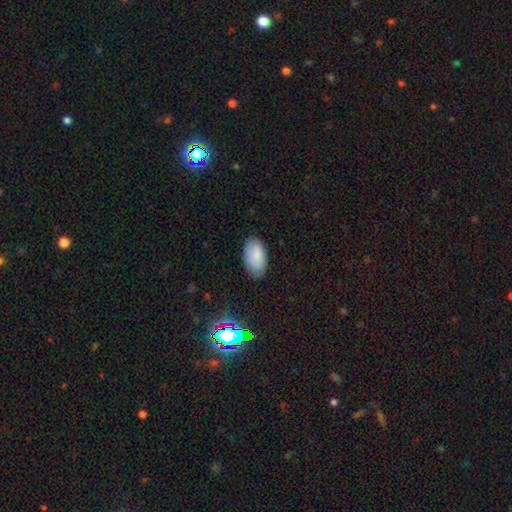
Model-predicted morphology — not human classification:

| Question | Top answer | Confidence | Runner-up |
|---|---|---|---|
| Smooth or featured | smooth | 85% | featured or disk (8%) |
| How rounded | in between | 95% | round (3%) |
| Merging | none | 82% | minor disturbance (14%) |